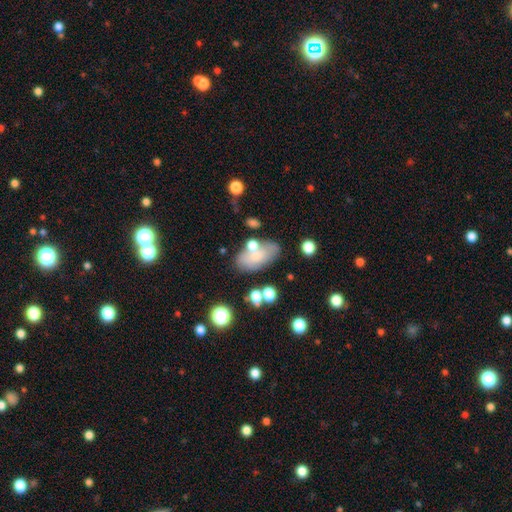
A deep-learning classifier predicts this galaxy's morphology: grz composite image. It shows a smooth galaxy with no disk features (69%) that is in between round and cigar-shaped (91%). Merging: none (60%).